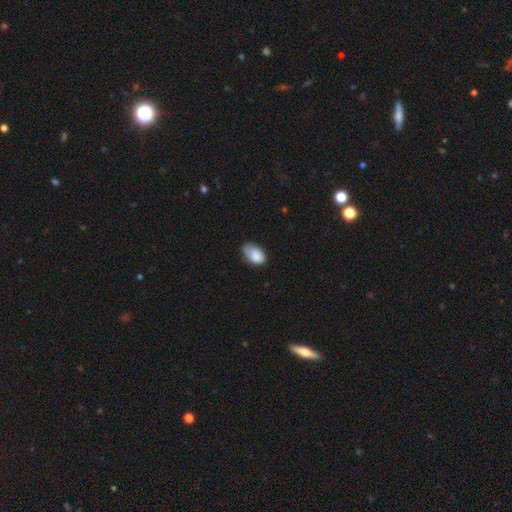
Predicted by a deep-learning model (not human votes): Smooth or featured? smooth (81%)
How rounded? in between (91%)
Merging? none (51%)